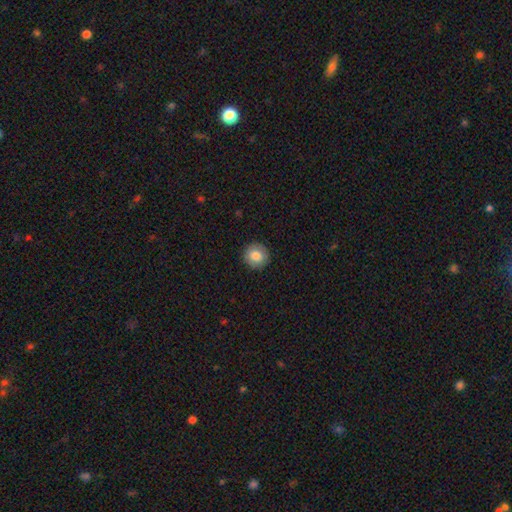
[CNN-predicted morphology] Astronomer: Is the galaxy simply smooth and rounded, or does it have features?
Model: smooth — 83%.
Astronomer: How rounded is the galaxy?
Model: round — 94%.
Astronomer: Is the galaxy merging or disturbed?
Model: none — 91%.